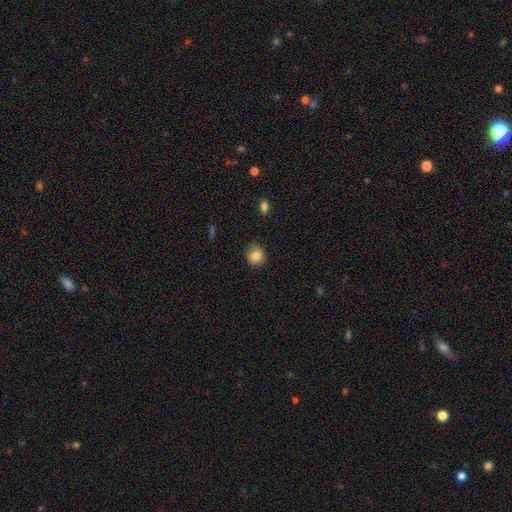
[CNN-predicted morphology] This appears to be a smooth galaxy with no disk features (84%) that is round (83%). Merging: none (84%).